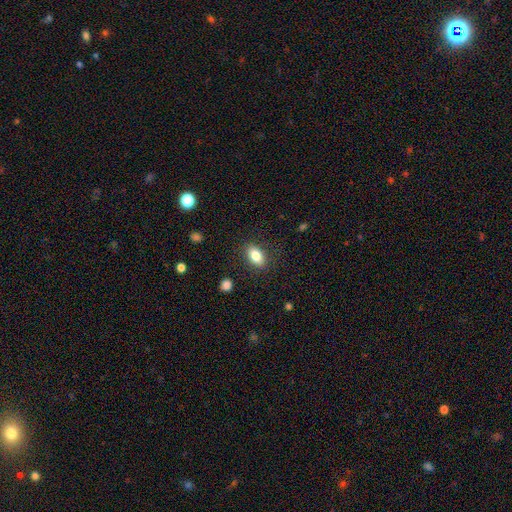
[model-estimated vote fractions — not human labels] This is clearly a smooth galaxy (83%). How rounded: clearly in between (88%). Merging: clearly none (86%).